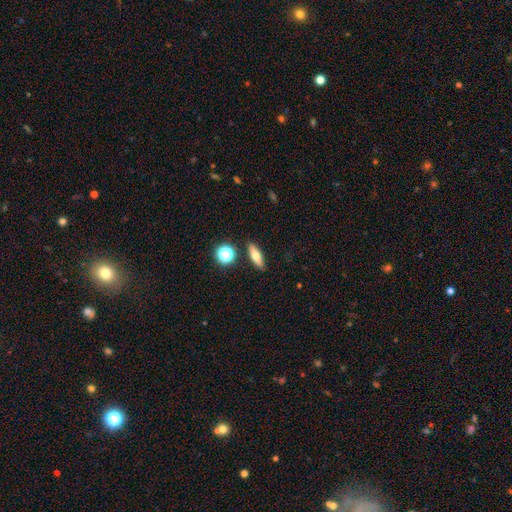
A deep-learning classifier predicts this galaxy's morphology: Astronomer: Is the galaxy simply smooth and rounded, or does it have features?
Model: smooth — 66%.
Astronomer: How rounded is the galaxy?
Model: in between — 53% (runner-up: cigar-shaped, 39%).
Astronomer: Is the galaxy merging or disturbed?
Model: none — 86%.